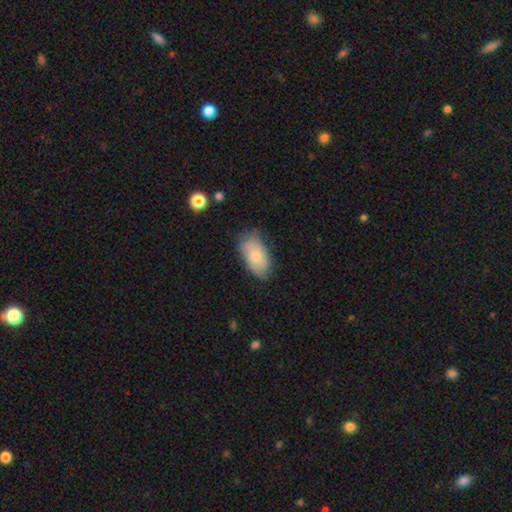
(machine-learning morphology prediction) Q: Smooth or featured?
A: smooth (70%); runner-up: featured or disk (23%)
Q: How rounded?
A: in between (94%); runner-up: round (4%)
Q: Merging?
A: none (62%); runner-up: minor disturbance (29%)